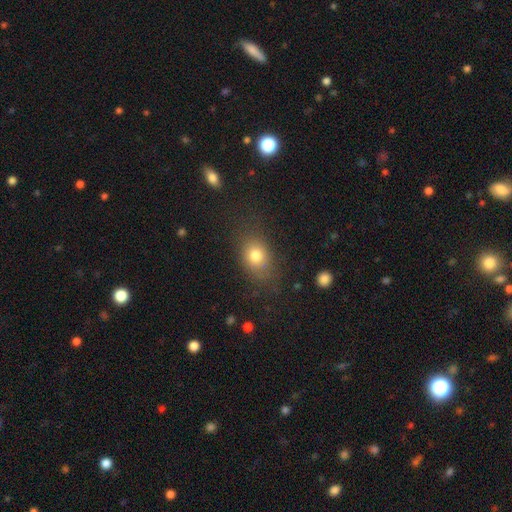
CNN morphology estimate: Smooth or featured? smooth (78%)
How rounded? in between (57%)
Merging? none (73%)